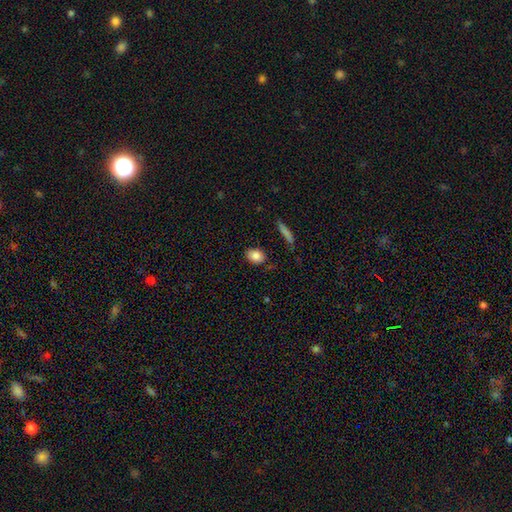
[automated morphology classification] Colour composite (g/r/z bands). It shows a smooth galaxy with no disk features (84%) that is in between round and cigar-shaped (70%). Merging: none (82%).